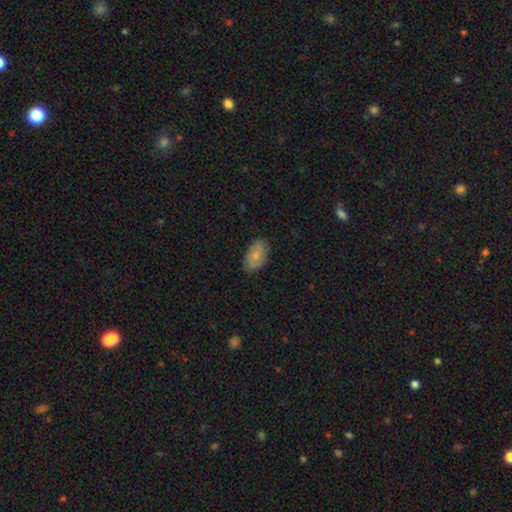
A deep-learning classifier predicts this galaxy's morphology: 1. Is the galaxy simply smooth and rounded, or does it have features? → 76% smooth, 18% featured or disk, 6% star or artifact.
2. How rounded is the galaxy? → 93% in between, 5% round, 2% cigar-shaped.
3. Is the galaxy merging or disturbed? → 81% none, 15% minor disturbance, 3% major disturbance, 1% merger.